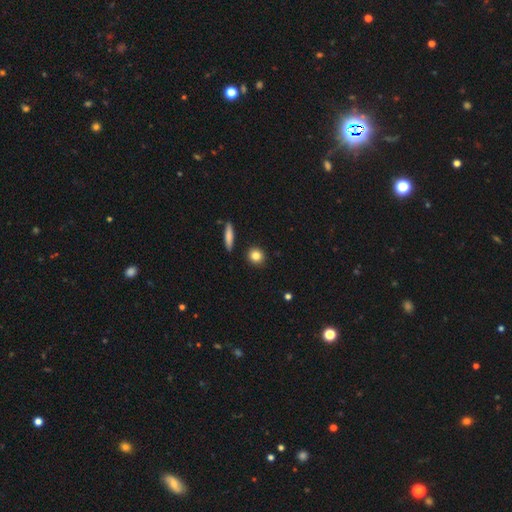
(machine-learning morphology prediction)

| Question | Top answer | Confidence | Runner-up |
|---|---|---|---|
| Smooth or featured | smooth | 83% | star or artifact (9%) |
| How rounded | round | 83% | in between (13%) |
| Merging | none | 89% | minor disturbance (7%) |